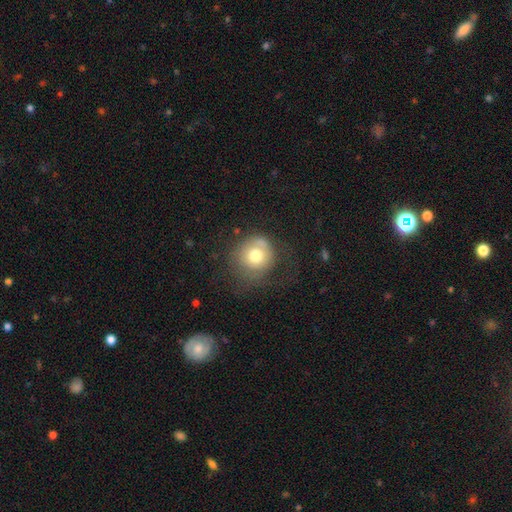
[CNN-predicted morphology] Q: Smooth or featured?
A: smooth (71%); runner-up: featured or disk (19%)
Q: How rounded?
A: round (88%); runner-up: in between (11%)
Q: Merging?
A: none (54%); runner-up: minor disturbance (24%)